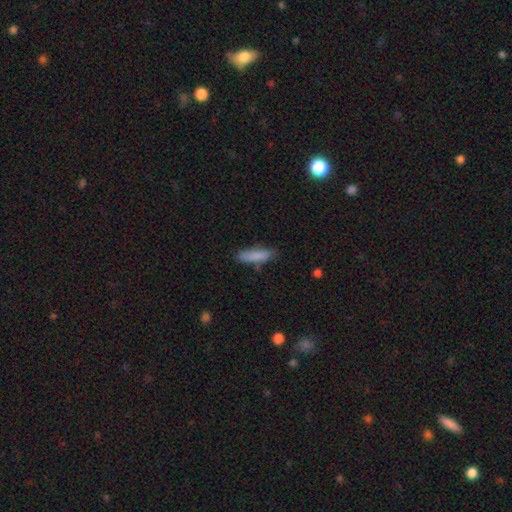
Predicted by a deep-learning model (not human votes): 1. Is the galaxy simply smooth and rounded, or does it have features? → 85% smooth, 8% featured or disk, 6% star or artifact.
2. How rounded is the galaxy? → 63% cigar-shaped, 35% in between, 2% round.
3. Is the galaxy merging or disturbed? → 76% none, 18% minor disturbance, 3% major disturbance, 2% merger.